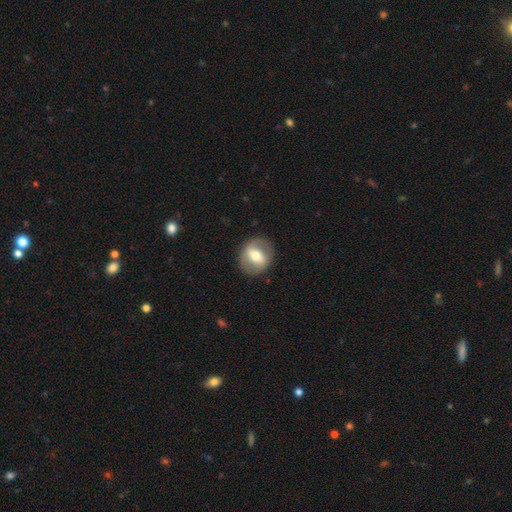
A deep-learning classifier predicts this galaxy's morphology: smooth-or-featured: featured or disk: 50% | smooth: 43% | star or artifact: 7%
  disk-edge-on: no: 92% | yes: 8%
  merging: none: 84% | minor disturbance: 10% | major disturbance: 4% | merger: 1%